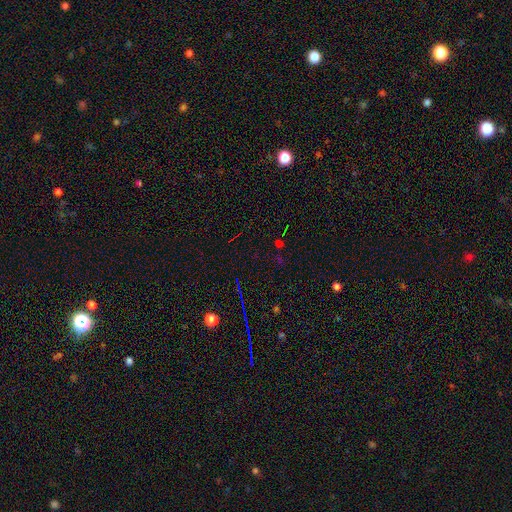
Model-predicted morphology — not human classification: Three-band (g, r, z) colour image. It shows a star or artifact, not a galaxy (70%).